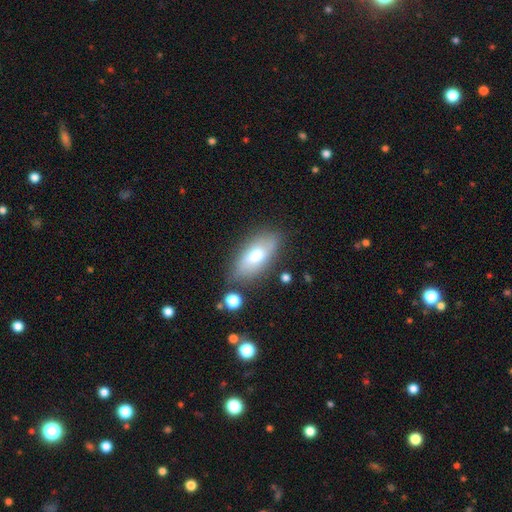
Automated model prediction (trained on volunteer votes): smooth-or-featured: smooth: 67% | featured or disk: 26% | star or artifact: 7%
  how-rounded: in between: 84% | cigar-shaped: 13% | round: 3%
  merging: none: 74% | minor disturbance: 17% | major disturbance: 4% | merger: 4%